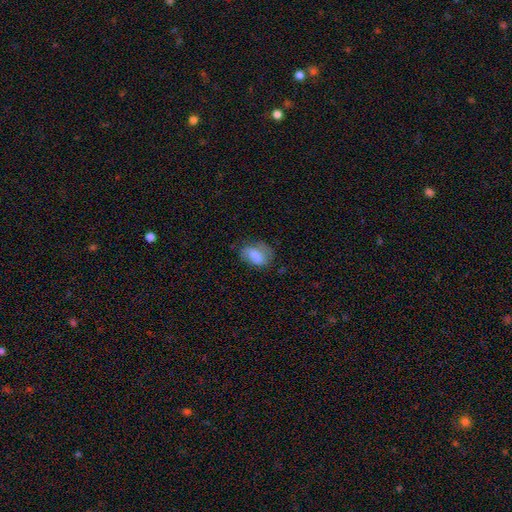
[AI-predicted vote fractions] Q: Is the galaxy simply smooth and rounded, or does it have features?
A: smooth — 74%.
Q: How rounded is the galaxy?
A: in between — 86%.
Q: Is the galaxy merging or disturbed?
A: none — 49%.